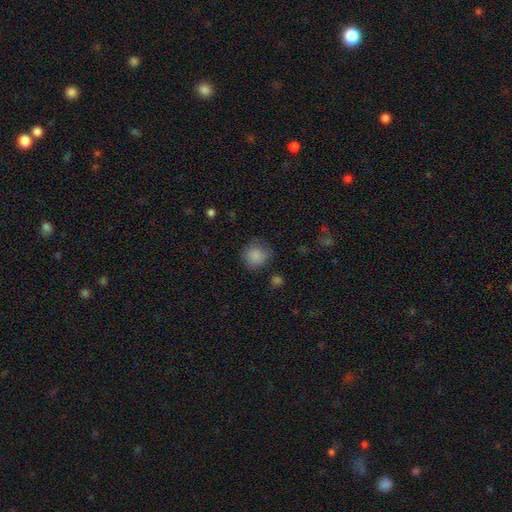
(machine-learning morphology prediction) Smooth or featured? smooth (85%)
How rounded? round (88%)
Merging? none (72%)